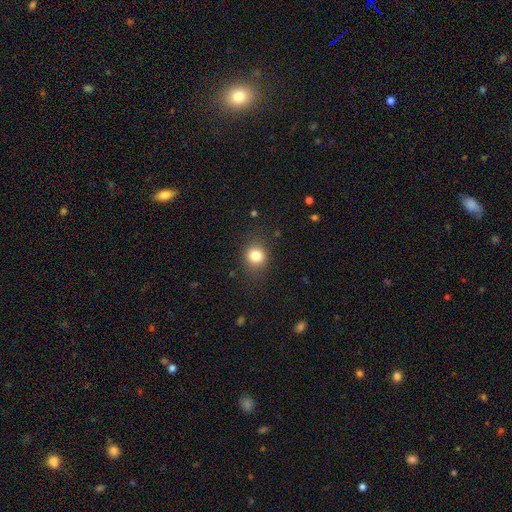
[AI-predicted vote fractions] A smooth galaxy with no disk features (82%) that is round (78%).

Vote fractions:
- Smooth or featured? smooth: 82% / star or artifact: 11% / featured or disk: 7%
- How rounded? round: 78% / in between: 21% / cigar-shaped: 1%
- Merging? none: 82% / minor disturbance: 12% / major disturbance: 5% / merger: 1%